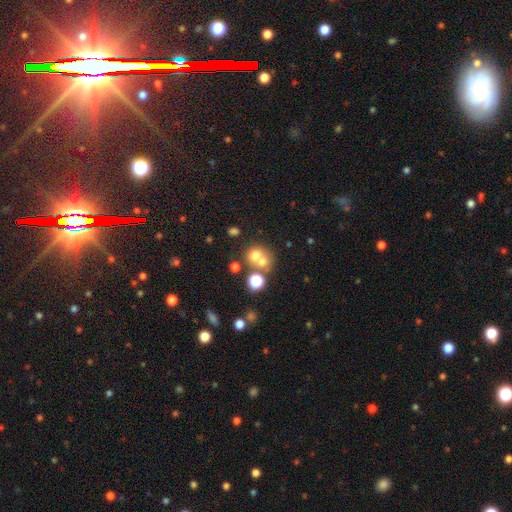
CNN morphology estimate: Overall: smooth (64%). How rounded: round (77%). Merging: merger (47%; none 40%).